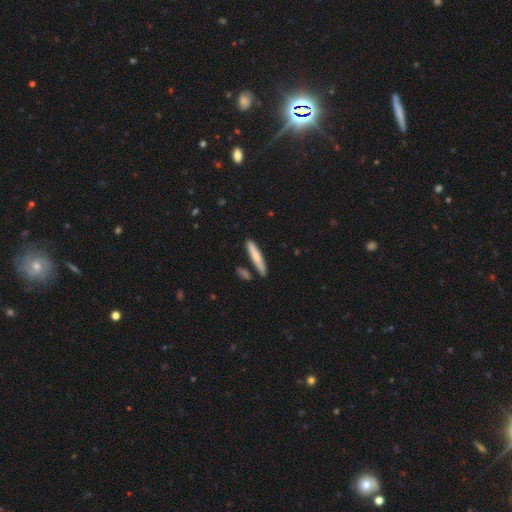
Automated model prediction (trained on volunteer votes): Smooth or featured: smooth — 71% (featured or disk — 24%)
How rounded: cigar-shaped — 91% (in between — 7%)
Merging: none — 82% (minor disturbance — 11%)